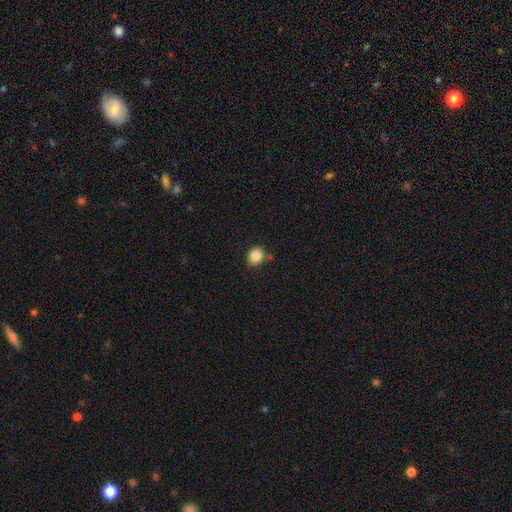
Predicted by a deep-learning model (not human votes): Overall: smooth (85%). How rounded: round (69%; in between 30%). Merging: none (72%).